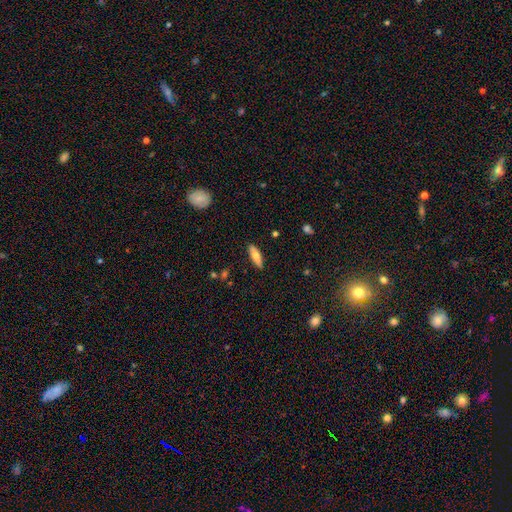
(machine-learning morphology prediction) smooth-or-featured: smooth: 65% | featured or disk: 29% | star or artifact: 6%
  how-rounded: cigar-shaped: 60% | in between: 38% | round: 2%
  merging: none: 89% | minor disturbance: 8% | major disturbance: 2% | merger: 1%